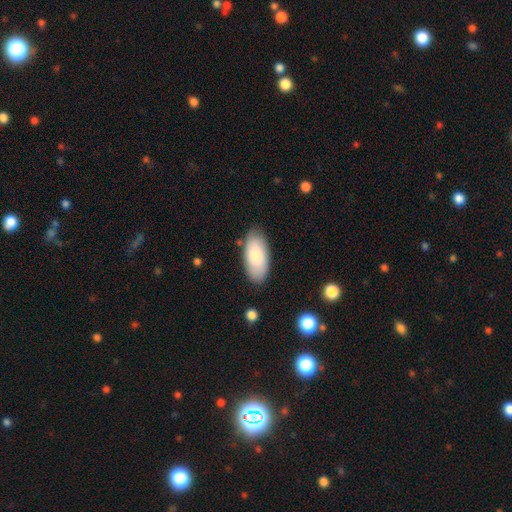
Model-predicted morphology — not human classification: A smooth galaxy with no disk features (81%) that is in between round and cigar-shaped (92%). Merging: none (82%).